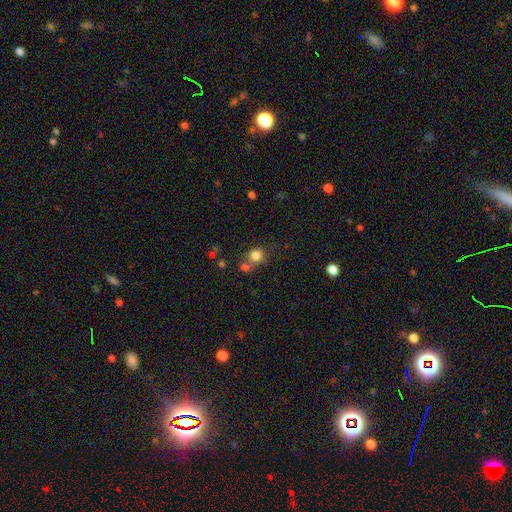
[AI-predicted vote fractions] This is clearly a smooth galaxy (80%). How rounded: clearly round (85%). Merging: possibly none (55%).